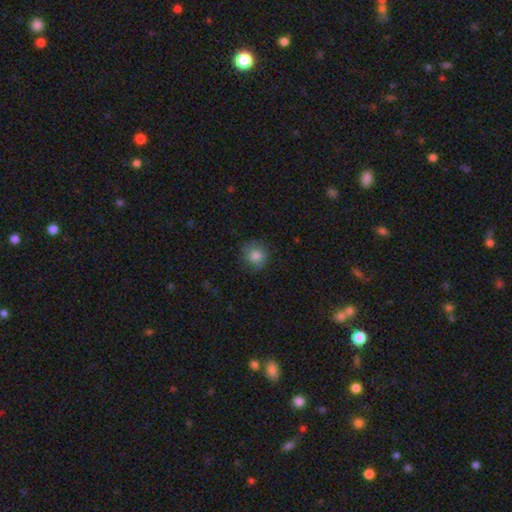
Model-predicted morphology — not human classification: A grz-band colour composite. It shows a smooth galaxy with no disk features (81%) that is round (88%). Merging: none (76%).